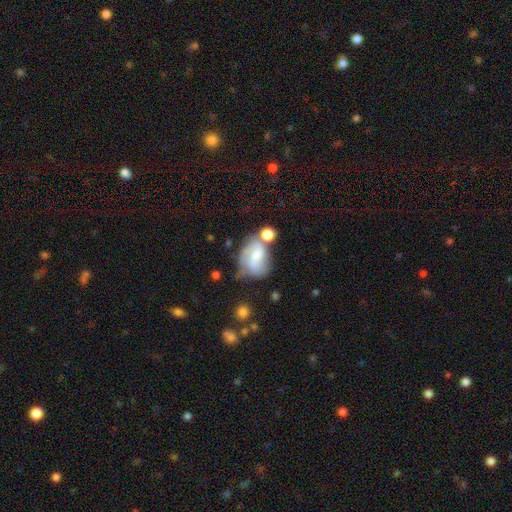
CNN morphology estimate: smooth_or_featured: featured or disk (p=0.47) [alt: smooth p=0.43]
merging: none (p=0.28) [alt: merger p=0.25]